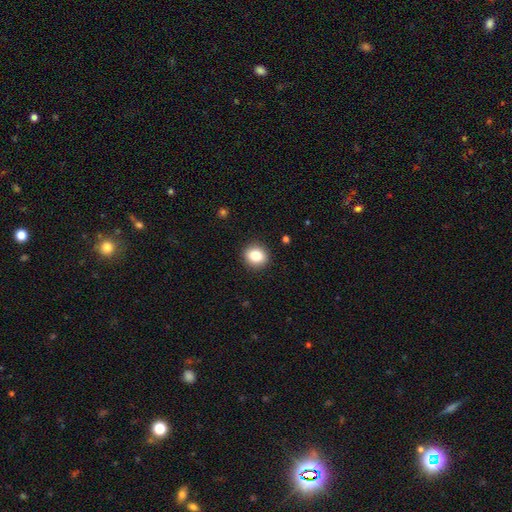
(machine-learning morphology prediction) This appears to be a smooth galaxy with no disk features (83%) that is round (79%). Merging: none (91%).